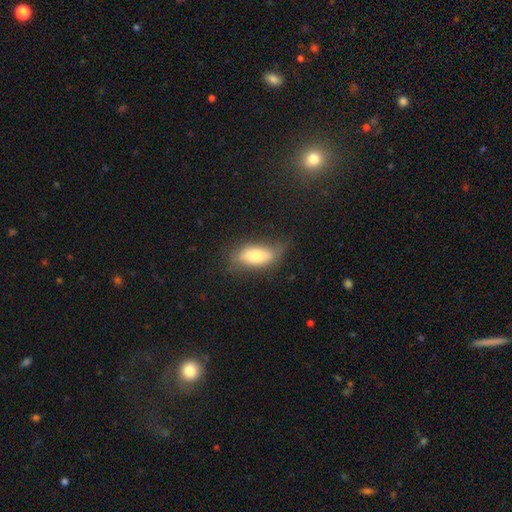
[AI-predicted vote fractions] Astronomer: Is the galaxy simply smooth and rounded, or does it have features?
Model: smooth — 72%.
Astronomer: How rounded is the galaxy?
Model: in between — 83%.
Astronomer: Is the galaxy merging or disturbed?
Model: none — 59%.